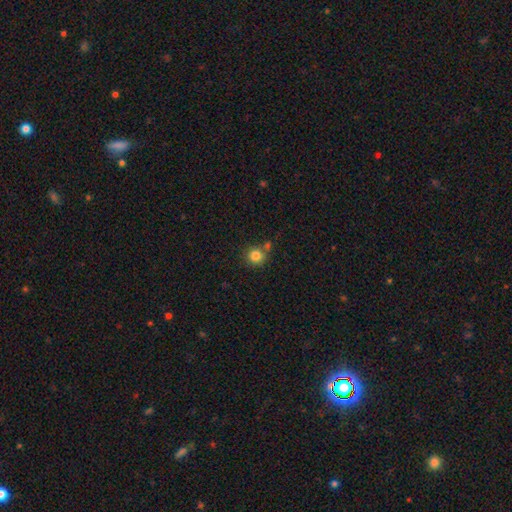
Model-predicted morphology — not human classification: Smooth or featured? smooth (83%)
How rounded? round (93%)
Merging? none (72%)